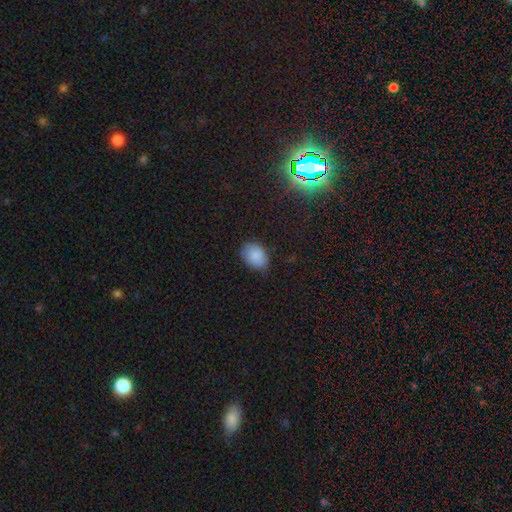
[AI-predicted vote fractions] A smooth galaxy with no disk features (86%) that is in between round and cigar-shaped (68%).

Vote fractions:
- Smooth or featured? smooth: 86% / star or artifact: 8% / featured or disk: 6%
- How rounded? in between: 68% / round: 31% / cigar-shaped: 1%
- Merging? none: 73% / minor disturbance: 22% / major disturbance: 4% / merger: 1%